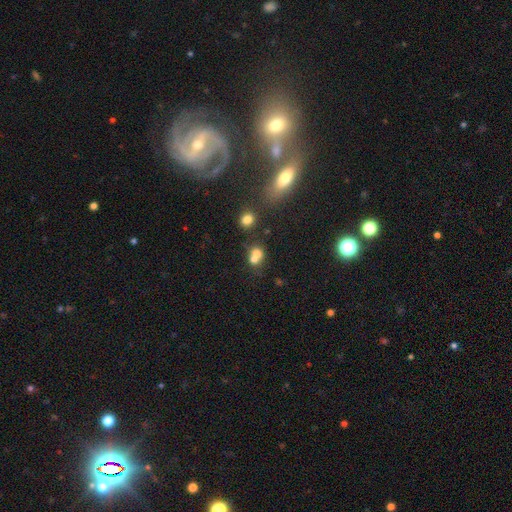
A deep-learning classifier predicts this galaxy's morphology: This appears to be a smooth galaxy with no disk features (70%) that is round (72%). Merging: merger (57%).